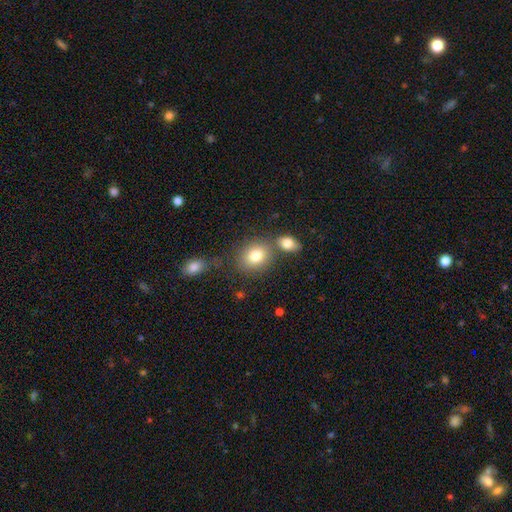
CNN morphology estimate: Q: Smooth or featured?
A: smooth (81%); runner-up: featured or disk (10%)
Q: How rounded?
A: round (59%); runner-up: in between (40%)
Q: Merging?
A: none (61%); runner-up: merger (23%)